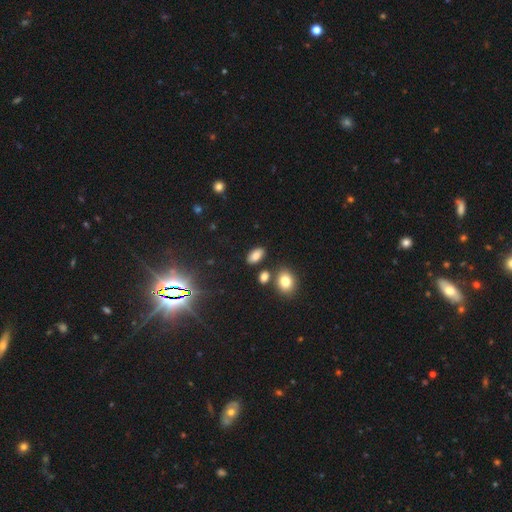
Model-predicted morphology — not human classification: This is likely a smooth galaxy (79%). How rounded: clearly in between (91%). Merging: clearly none (83%).